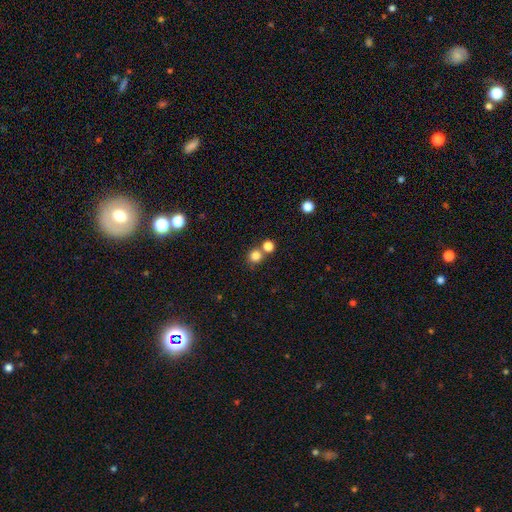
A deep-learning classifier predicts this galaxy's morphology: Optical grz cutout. It shows a smooth galaxy with no disk features (81%) that is round (91%). Merging: none (63%).